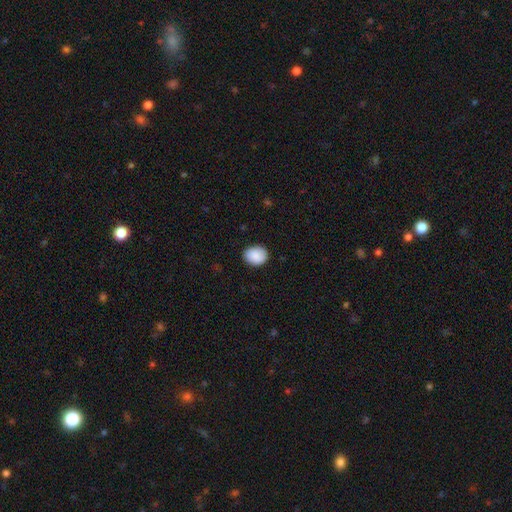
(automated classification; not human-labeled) This is clearly a smooth galaxy (89%). How rounded: possibly round (53%). Merging: clearly none (86%).